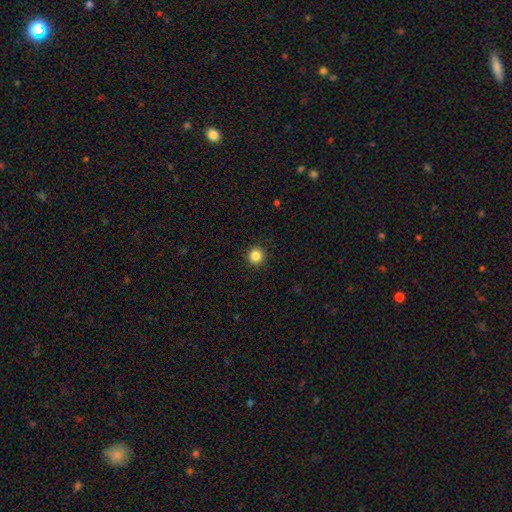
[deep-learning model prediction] The model was most divided on "smooth or featured": smooth: 86%, star or artifact: 11%, featured or disk: 4%. More confident: how rounded — round (96%); merging — none (93%).